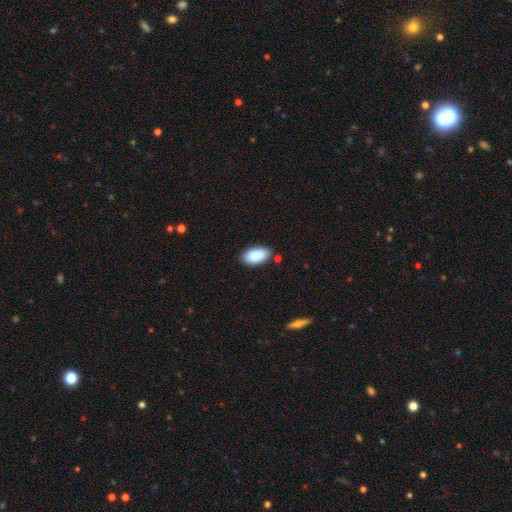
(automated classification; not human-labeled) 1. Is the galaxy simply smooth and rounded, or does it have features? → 89% smooth, 6% star or artifact, 5% featured or disk.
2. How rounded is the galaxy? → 95% in between, 3% round, 2% cigar-shaped.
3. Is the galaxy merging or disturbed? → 78% none, 15% minor disturbance, 4% merger, 3% major disturbance.